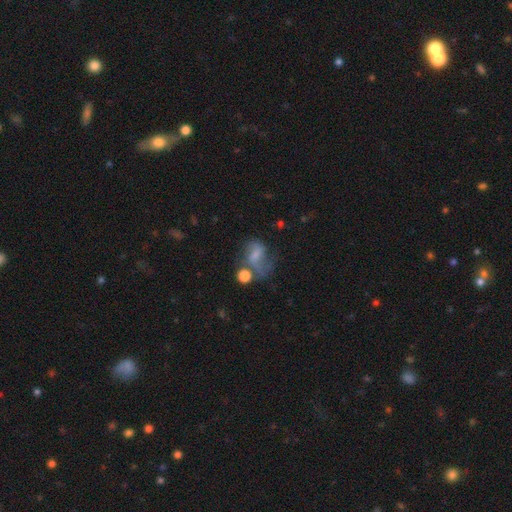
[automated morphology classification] Overall: featured or disk (48%; smooth 38%). Merging: none (35%; major disturbance 28%).